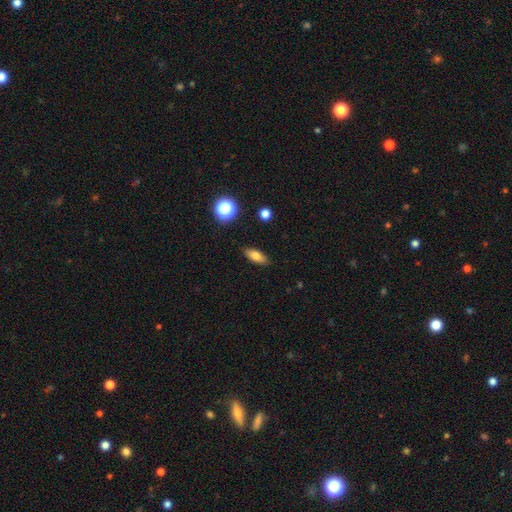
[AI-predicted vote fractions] Q: Smooth or featured?
A: smooth (76%); runner-up: featured or disk (14%)
Q: How rounded?
A: in between (73%); runner-up: cigar-shaped (22%)
Q: Merging?
A: none (87%); runner-up: minor disturbance (9%)